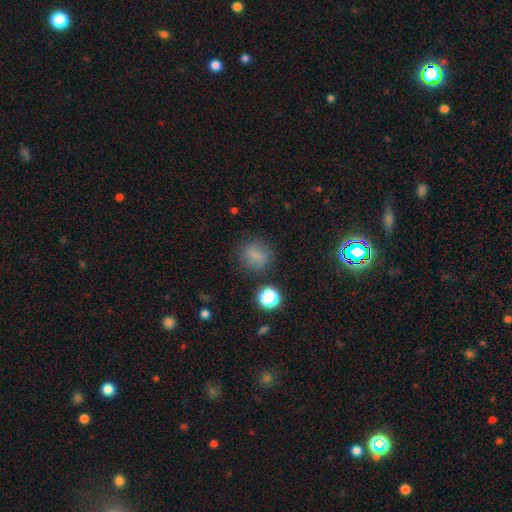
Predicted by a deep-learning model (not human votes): Q: Smooth or featured?
A: smooth (75%); runner-up: star or artifact (16%)
Q: How rounded?
A: round (81%); runner-up: in between (18%)
Q: Merging?
A: none (80%); runner-up: minor disturbance (13%)